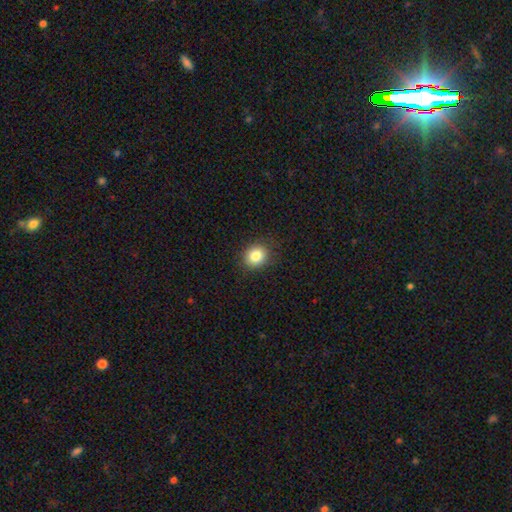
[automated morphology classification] smooth 83%, star or artifact 10%, featured or disk 6%. Down the decision tree: how rounded — round (70%); merging — none (87%).